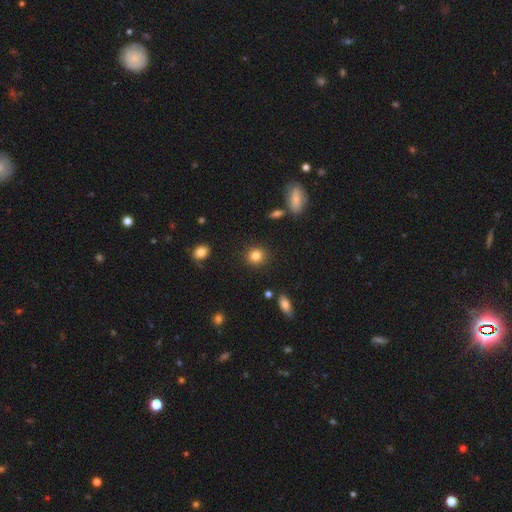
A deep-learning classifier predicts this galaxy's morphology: This is clearly a smooth galaxy (84%). How rounded: clearly round (84%). Merging: clearly none (89%).